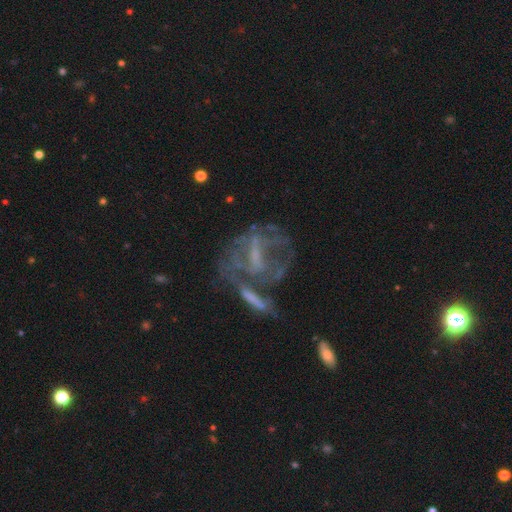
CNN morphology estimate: Smooth or featured? featured or disk (70%)
Edge-on disk? no (94%)
Bar? weak (39%)
Spiral arms? no (56%)
Bulge size? none (40%)
Merging? none (34%)